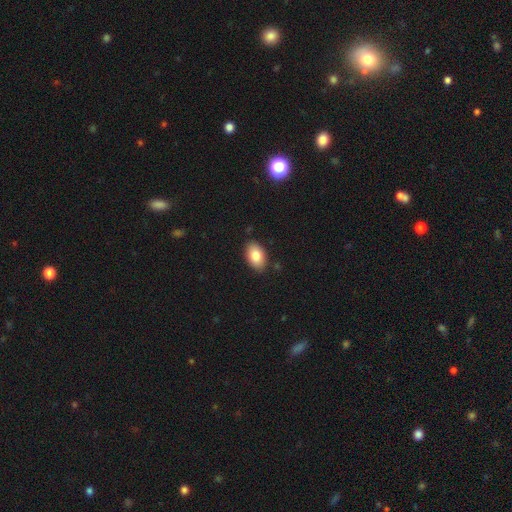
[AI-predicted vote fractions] smooth-or-featured: smooth: 83% | featured or disk: 9% | star or artifact: 7%
  how-rounded: in between: 92% | round: 7% | cigar-shaped: 1%
  merging: none: 86% | minor disturbance: 10% | major disturbance: 2% | merger: 1%